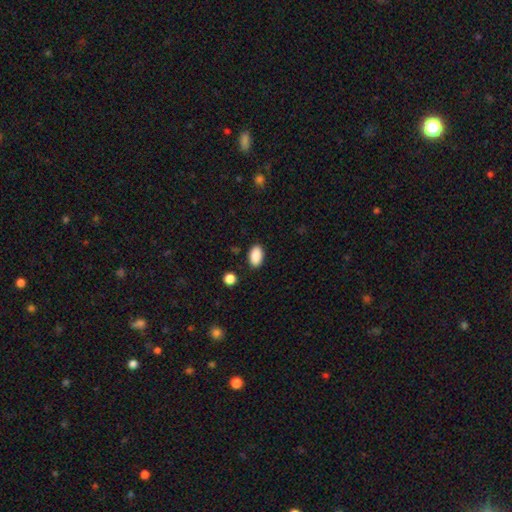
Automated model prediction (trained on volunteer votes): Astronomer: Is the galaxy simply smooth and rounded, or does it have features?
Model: smooth — 89%.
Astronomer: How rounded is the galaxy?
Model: in between — 93%.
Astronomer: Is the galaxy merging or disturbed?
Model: none — 87%.